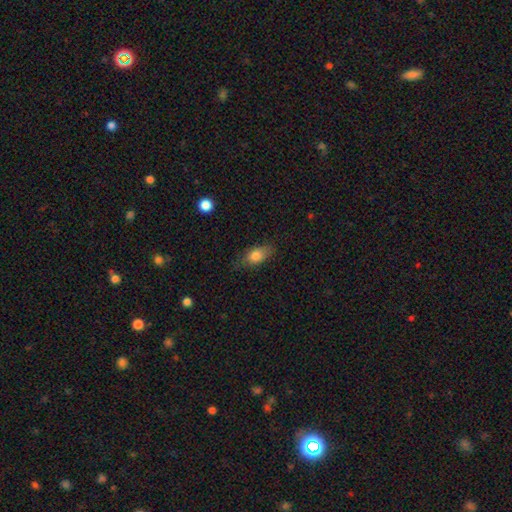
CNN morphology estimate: smooth 79%, featured or disk 12%, star or artifact 8%. Down the decision tree: how rounded — in between (82%); merging — none (73%).